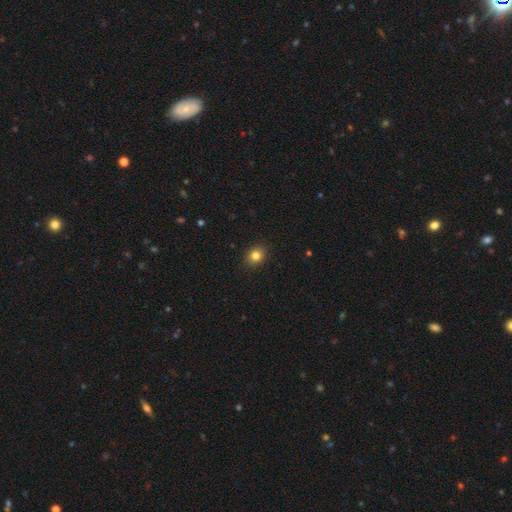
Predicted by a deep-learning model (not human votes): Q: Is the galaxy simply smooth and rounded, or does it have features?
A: smooth — 82%.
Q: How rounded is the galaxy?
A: round — 65%.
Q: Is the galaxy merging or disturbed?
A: none — 90%.